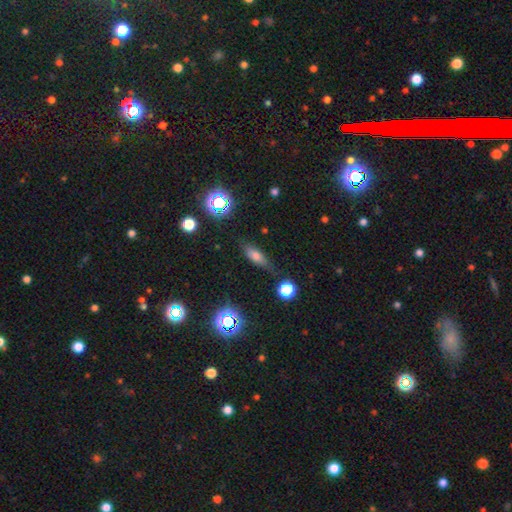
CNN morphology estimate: This is likely a smooth galaxy (66%). How rounded: likely in between (62%). Merging: likely none (73%).